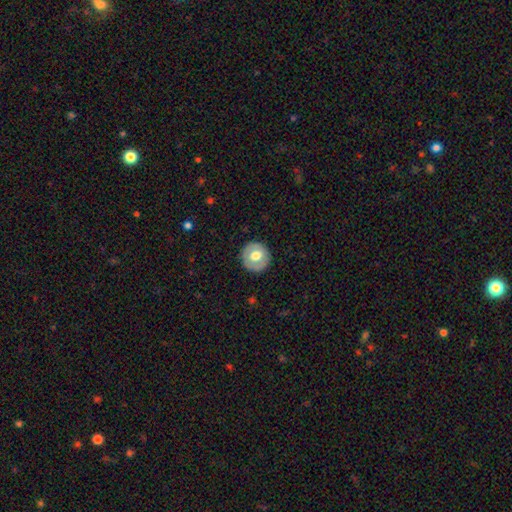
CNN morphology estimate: Smooth or featured? smooth (59%)
How rounded? round (92%)
Merging? none (88%)